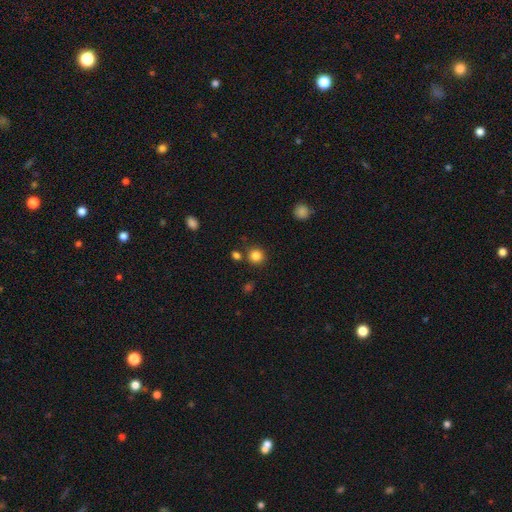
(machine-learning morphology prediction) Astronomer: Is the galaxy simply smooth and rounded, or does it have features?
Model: smooth — 84%.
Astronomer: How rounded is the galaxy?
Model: round — 92%.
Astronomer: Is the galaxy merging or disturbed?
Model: none — 83%.